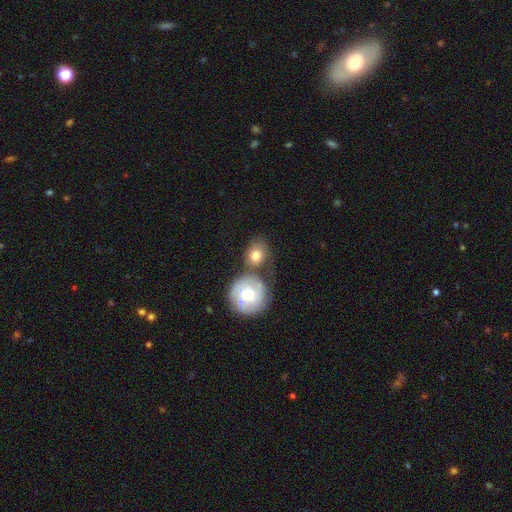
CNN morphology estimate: This is likely a smooth galaxy (72%). How rounded: likely round (71%). Merging: possibly none (54%).